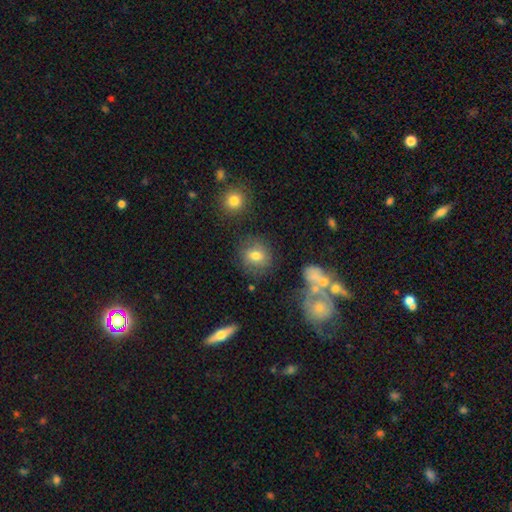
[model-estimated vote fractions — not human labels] smooth_or_featured: smooth (p=0.67) [alt: featured or disk p=0.21]
how_rounded: round (p=0.76) [alt: in between p=0.23]
merging: none (p=0.74) [alt: minor disturbance p=0.15]